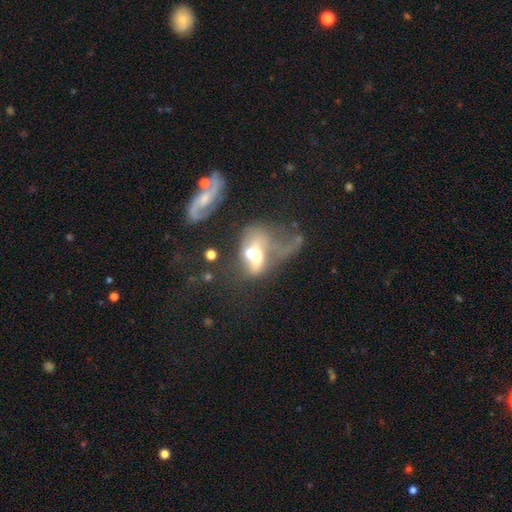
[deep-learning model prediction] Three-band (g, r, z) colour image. It shows a featured or disk galaxy (49%). Merging: merger (54%).